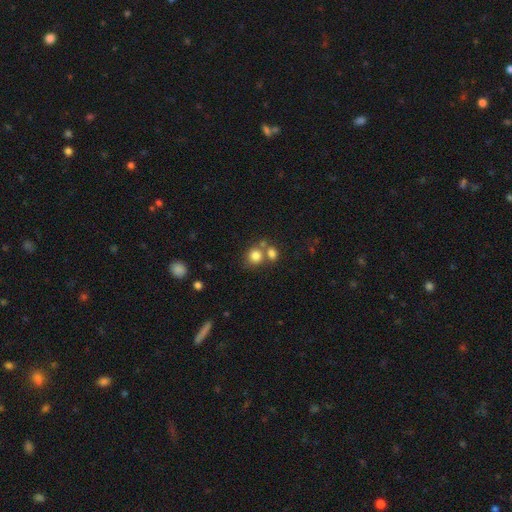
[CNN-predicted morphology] Q: Smooth or featured?
A: smooth (80%); runner-up: star or artifact (11%)
Q: How rounded?
A: round (80%); runner-up: in between (19%)
Q: Merging?
A: none (50%); runner-up: merger (37%)